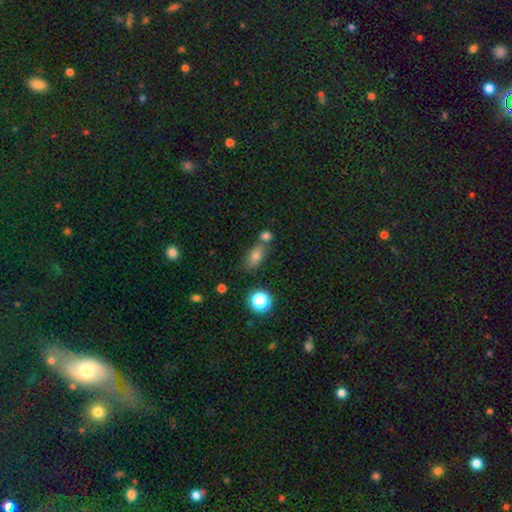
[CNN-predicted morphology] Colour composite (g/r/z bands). It shows a smooth galaxy with no disk features (74%) that is in between round and cigar-shaped (78%). Merging: none (61%).